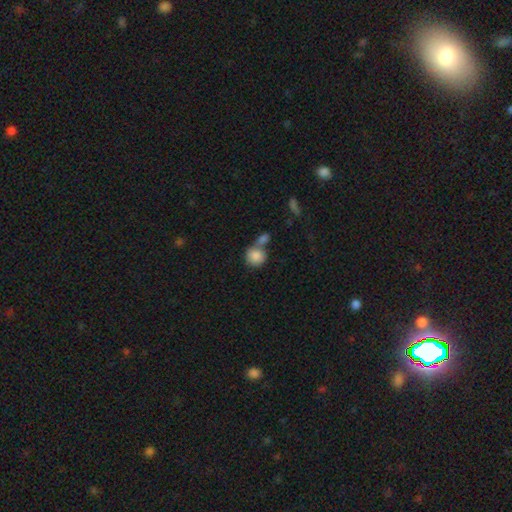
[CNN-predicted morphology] A smooth galaxy with no disk features (86%) that is round (83%). Merging: merger (44%).